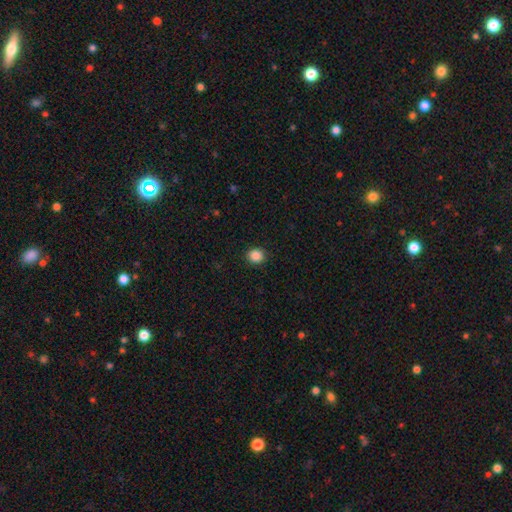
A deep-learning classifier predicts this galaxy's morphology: Overall: smooth (87%). How rounded: round (77%). Merging: none (90%).